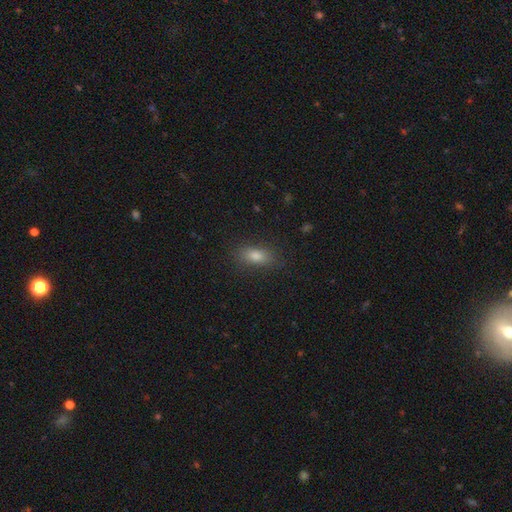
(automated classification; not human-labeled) This is likely a smooth galaxy (78%). How rounded: likely in between (80%). Merging: clearly none (85%).